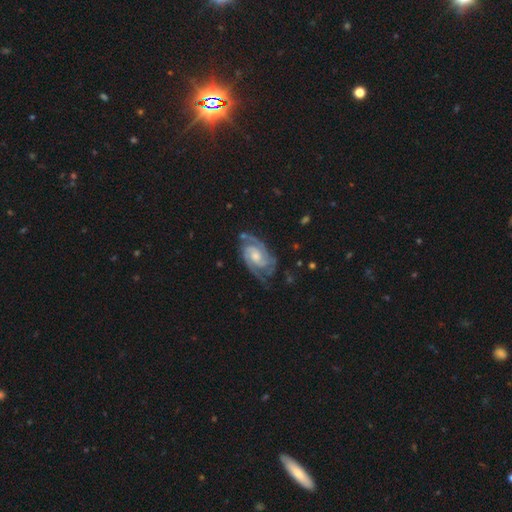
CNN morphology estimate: type=featured or disk (90%); edge-on=no (97%); bar=no (57%); spiral arms=yes (98%); winding=tight (58%); arm count=2 (68%); bulge=moderate (56%); merging=none (70%).